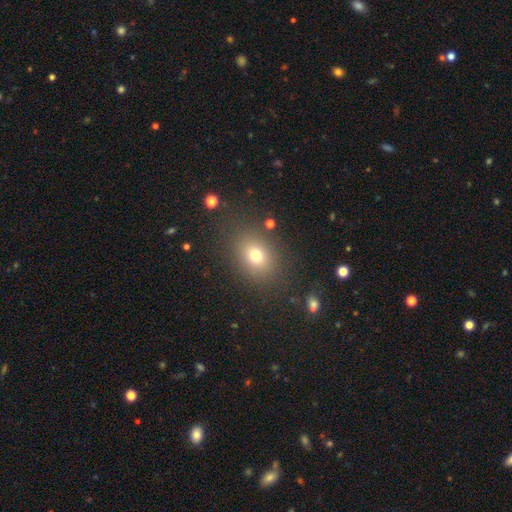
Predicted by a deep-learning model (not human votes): smooth_or_featured: smooth (p=0.73) [alt: star or artifact p=0.16]
how_rounded: in between (p=0.51) [alt: round p=0.48]
merging: none (p=0.82) [alt: minor disturbance p=0.11]